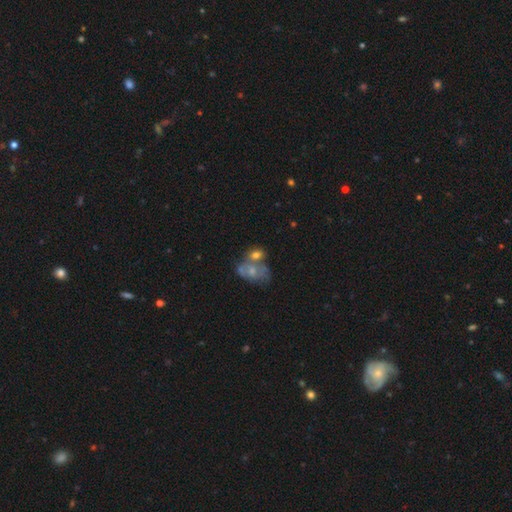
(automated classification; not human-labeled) smooth_or_featured: smooth (p=0.60) [alt: featured or disk p=0.29]
how_rounded: in between (p=0.68) [alt: round p=0.30]
merging: merger (p=0.51) [alt: none p=0.27]